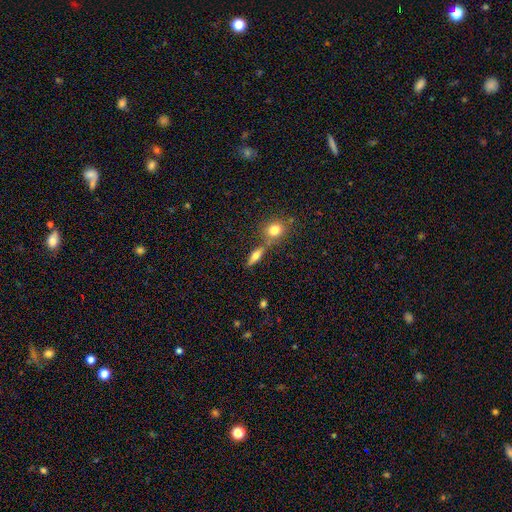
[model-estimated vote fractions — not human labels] A smooth galaxy with no disk features (58%) that is in between round and cigar-shaped (49%). Merging: none (69%).